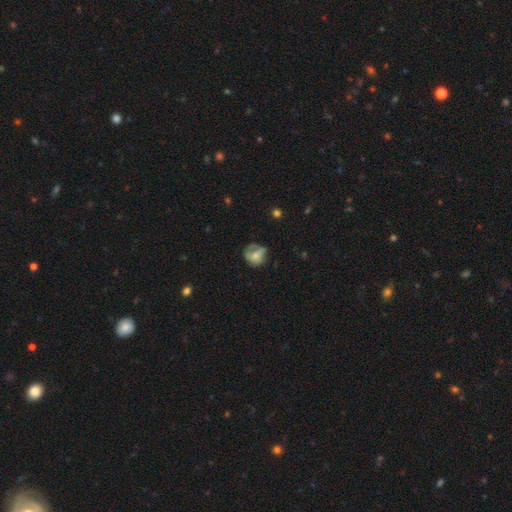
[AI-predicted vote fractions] Q: Smooth or featured?
A: smooth (54%); runner-up: featured or disk (37%)
Q: How rounded?
A: round (71%); runner-up: in between (28%)
Q: Merging?
A: none (44%); runner-up: minor disturbance (30%)